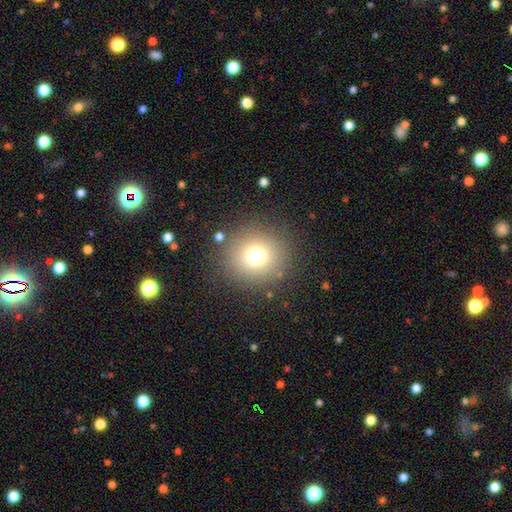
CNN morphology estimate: smooth_or_featured: smooth (p=0.72) [alt: star or artifact p=0.18]
how_rounded: round (p=0.93) [alt: in between p=0.06]
merging: none (p=0.86) [alt: minor disturbance p=0.07]